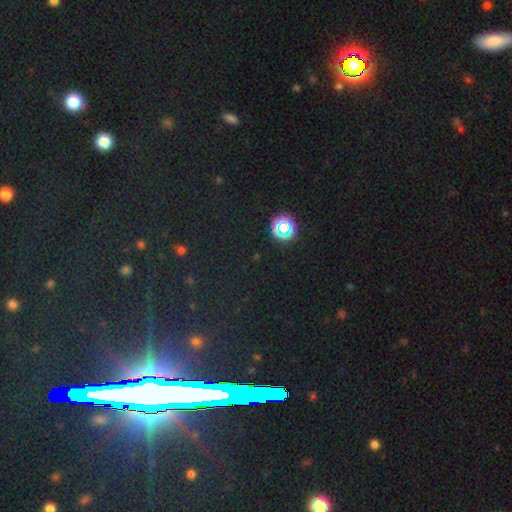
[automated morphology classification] smooth-or-featured: star or artifact: 74% | smooth: 14% | featured or disk: 13%